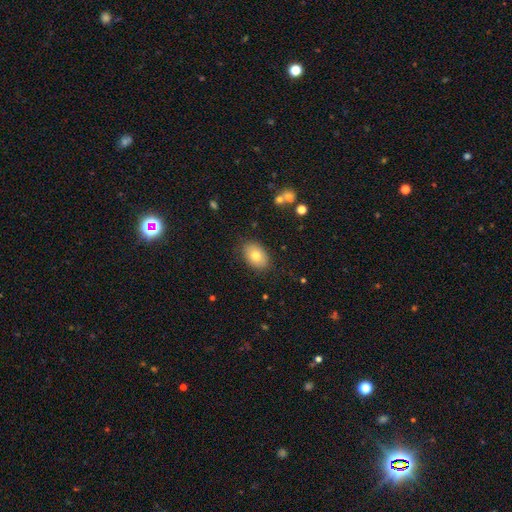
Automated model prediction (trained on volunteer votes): smooth-or-featured: smooth: 78% | featured or disk: 14% | star or artifact: 8%
  how-rounded: in between: 83% | round: 16% | cigar-shaped: 1%
  merging: none: 84% | minor disturbance: 12% | major disturbance: 3% | merger: 1%